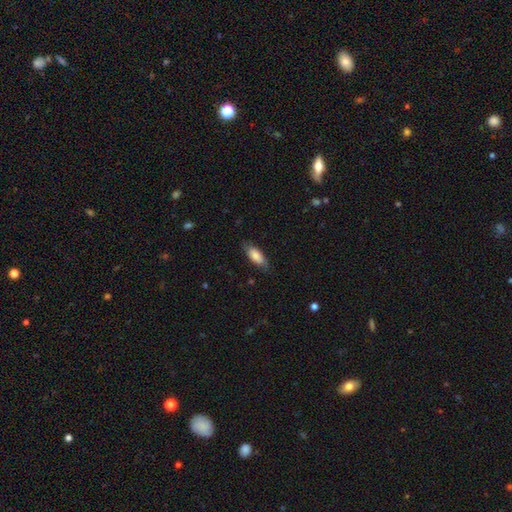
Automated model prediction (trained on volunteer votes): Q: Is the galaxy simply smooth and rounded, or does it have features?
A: smooth — 81%.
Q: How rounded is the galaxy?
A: in between — 79%.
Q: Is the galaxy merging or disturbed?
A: none — 78%.